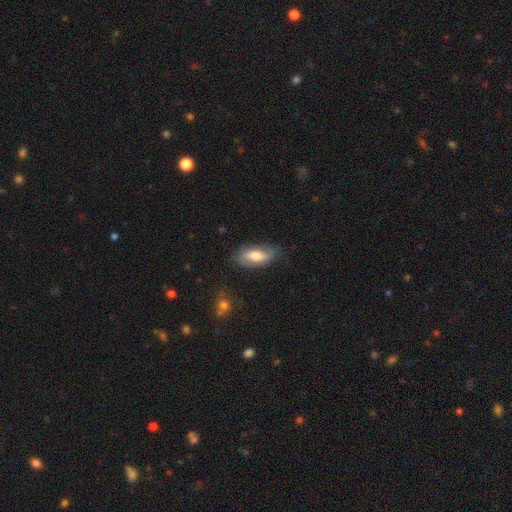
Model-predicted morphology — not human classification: This appears to be a smooth galaxy with no disk features (54%) that is in between round and cigar-shaped (84%). Merging: none (71%).